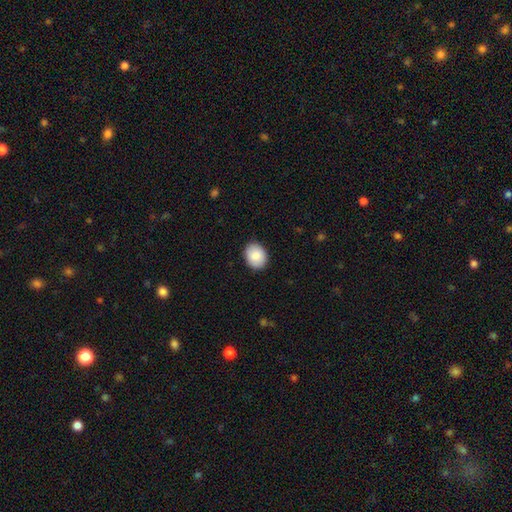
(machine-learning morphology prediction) smooth_or_featured: smooth (p=0.88) [alt: star or artifact p=0.07]
how_rounded: in between (p=0.55) [alt: round p=0.44]
merging: none (p=0.89) [alt: minor disturbance p=0.08]